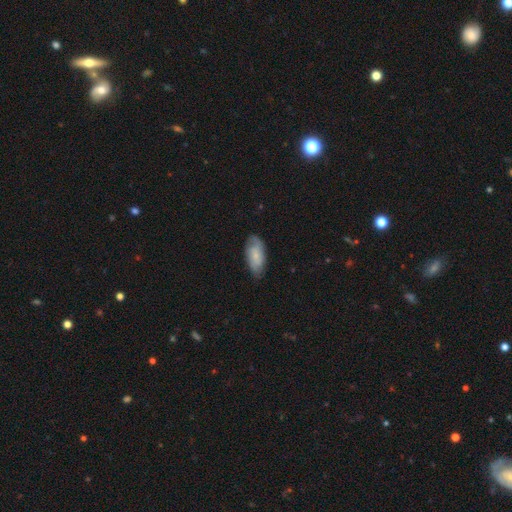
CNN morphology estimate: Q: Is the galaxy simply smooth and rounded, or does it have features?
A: smooth — 56%.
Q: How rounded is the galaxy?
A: in between — 88%.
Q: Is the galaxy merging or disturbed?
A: none — 73%.